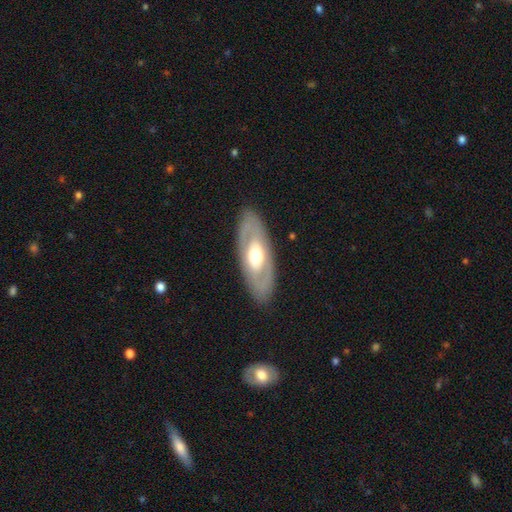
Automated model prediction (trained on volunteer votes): Morphology: type=featured or disk (62%); edge-on=no (82%); bar=no (72%); spiral arms=no (74%); bulge=moderate (66%); merging=none (86%).